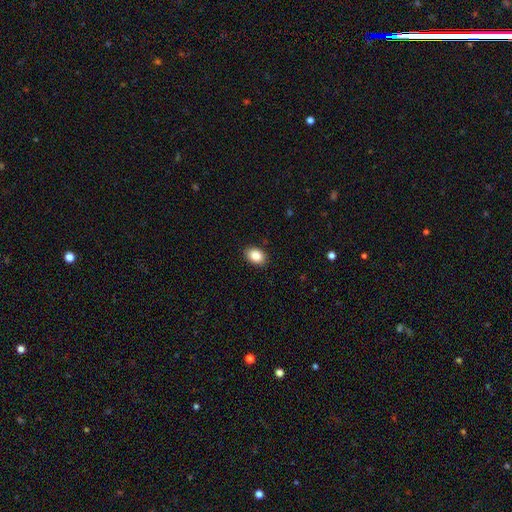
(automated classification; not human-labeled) Smooth or featured: smooth — 86% (star or artifact — 8%)
How rounded: in between — 79% (round — 20%)
Merging: none — 90% (minor disturbance — 8%)